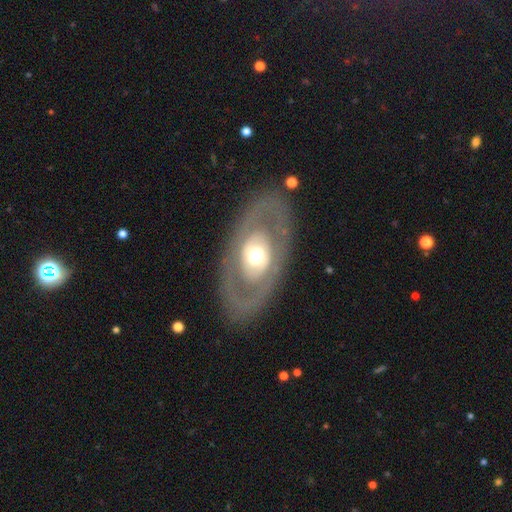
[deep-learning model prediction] Morphology: type=featured or disk (63%); edge-on=no (88%); bar=no (85%); spiral arms=no (86%); bulge=moderate (59%); merging=none (81%).